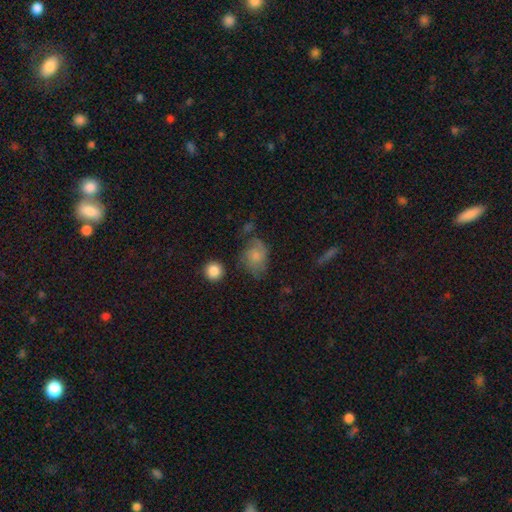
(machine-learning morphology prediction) Smooth or featured? Predicted: smooth (p=0.58). How rounded? Predicted: in between (p=0.61). Merging? Predicted: none (p=0.46).